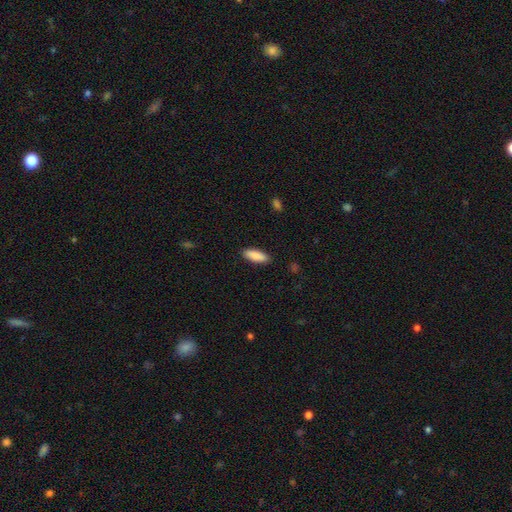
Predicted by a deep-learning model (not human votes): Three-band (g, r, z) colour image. It shows a smooth galaxy with no disk features (89%) that is in between round and cigar-shaped (65%). Merging: none (89%).